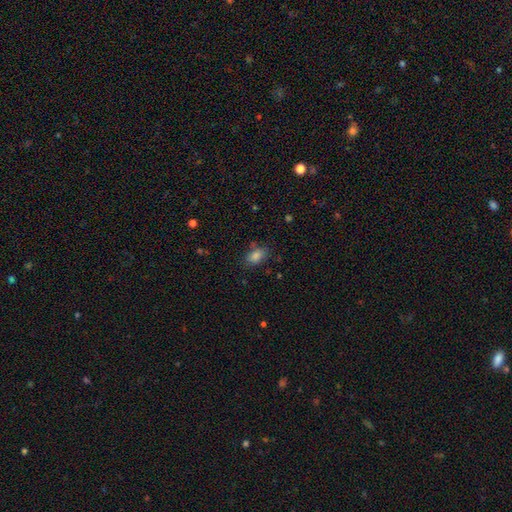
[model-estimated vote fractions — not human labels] This is clearly a smooth galaxy (81%). How rounded: clearly in between (85%). Merging: likely none (80%).